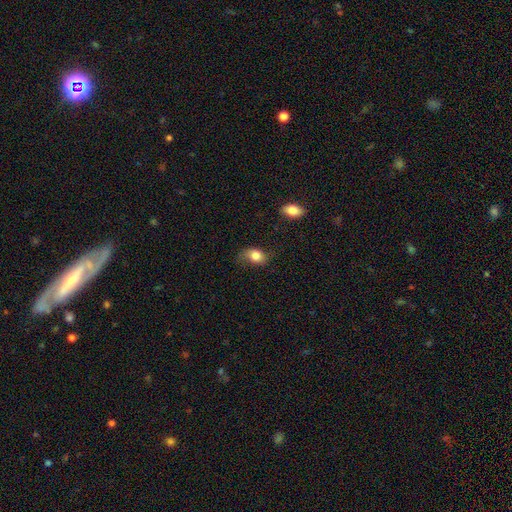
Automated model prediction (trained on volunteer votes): Q: Smooth or featured?
A: smooth (81%); runner-up: featured or disk (12%)
Q: How rounded?
A: in between (75%); runner-up: round (23%)
Q: Merging?
A: none (55%); runner-up: minor disturbance (30%)